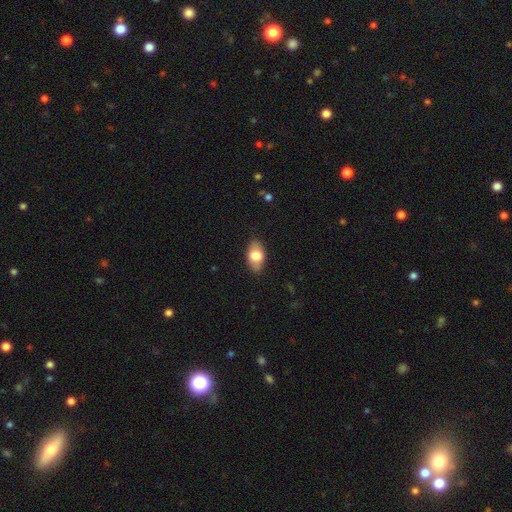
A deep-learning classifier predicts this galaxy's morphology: smooth_or_featured: smooth (p=0.75) [alt: featured or disk p=0.18]
how_rounded: in between (p=0.90) [alt: round p=0.08]
merging: none (p=0.83) [alt: minor disturbance p=0.13]